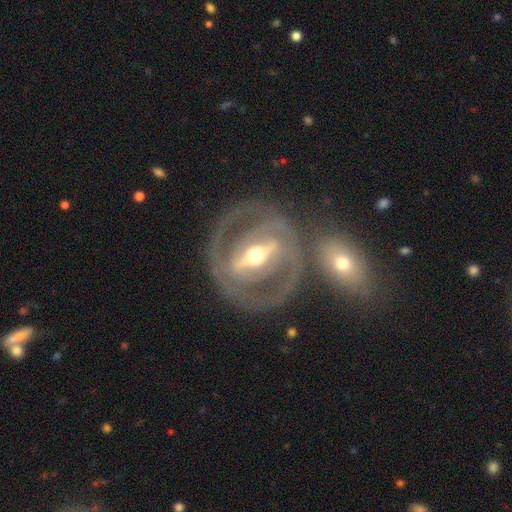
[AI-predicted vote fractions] Smooth or featured: featured or disk — 86% (smooth — 10%)
Edge-on disk: no — 91% (yes — 9%)
Bar: strong — 76% (weak — 16%)
Spiral arms: yes — 64% (no — 36%)
Spiral winding: tight — 59% (medium — 31%)
Spiral arm count: 2 — 70% (can't tell — 16%)
Bulge size: moderate — 68% (small — 25%)
Merging: none — 65% (merger — 17%)